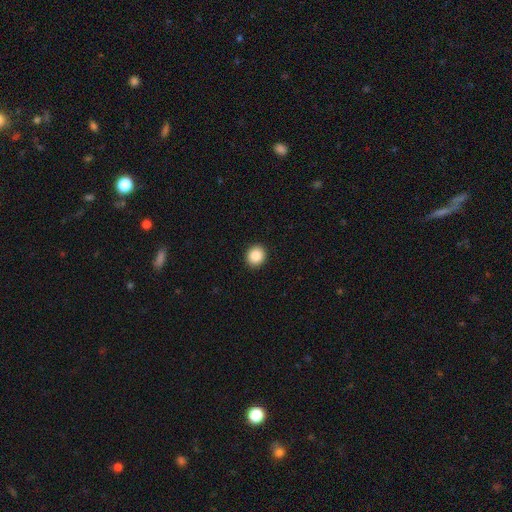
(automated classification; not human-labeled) Smooth or featured? smooth (86%)
How rounded? round (86%)
Merging? none (93%)